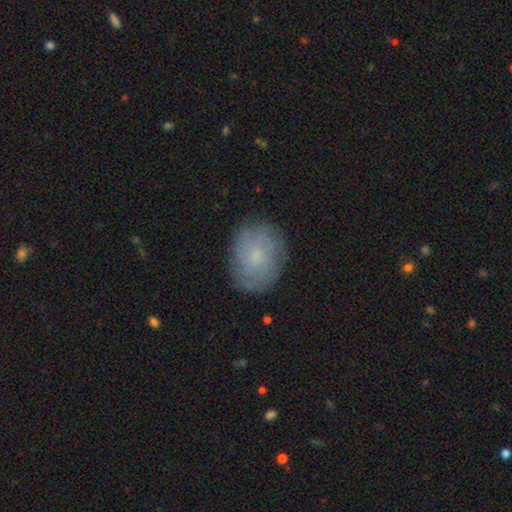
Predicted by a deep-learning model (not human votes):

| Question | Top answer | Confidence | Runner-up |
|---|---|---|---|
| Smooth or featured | smooth | 61% | featured or disk (29%) |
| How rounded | in between | 58% | round (41%) |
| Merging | none | 80% | minor disturbance (15%) |